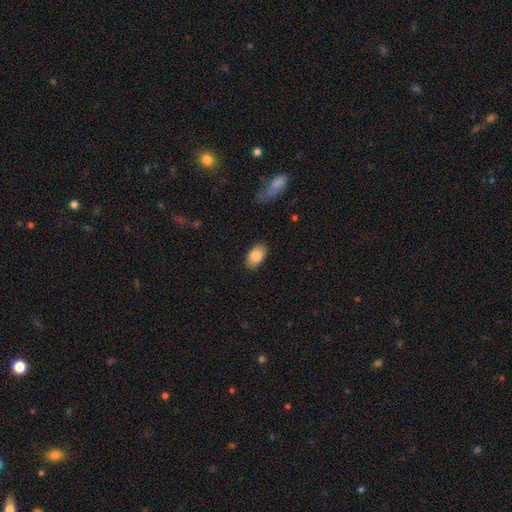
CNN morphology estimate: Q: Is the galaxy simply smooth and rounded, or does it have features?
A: smooth — 85%.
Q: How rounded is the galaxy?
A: in between — 91%.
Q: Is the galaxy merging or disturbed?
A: none — 87%.